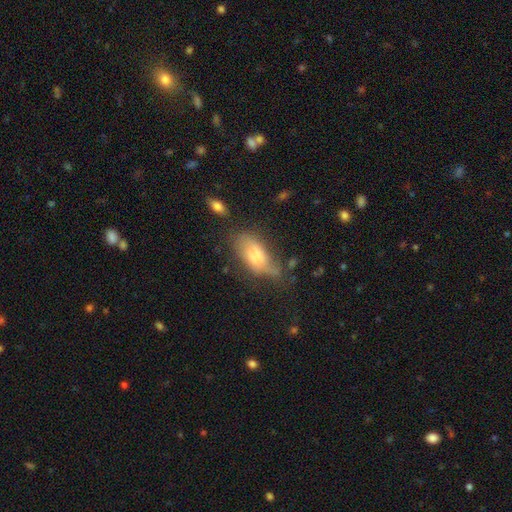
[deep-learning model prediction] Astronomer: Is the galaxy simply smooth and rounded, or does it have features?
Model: smooth — 56% (runner-up: featured or disk, 35%).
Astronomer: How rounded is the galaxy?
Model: in between — 84%.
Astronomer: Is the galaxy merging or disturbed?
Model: none — 37% (runner-up: minor disturbance, 33%).